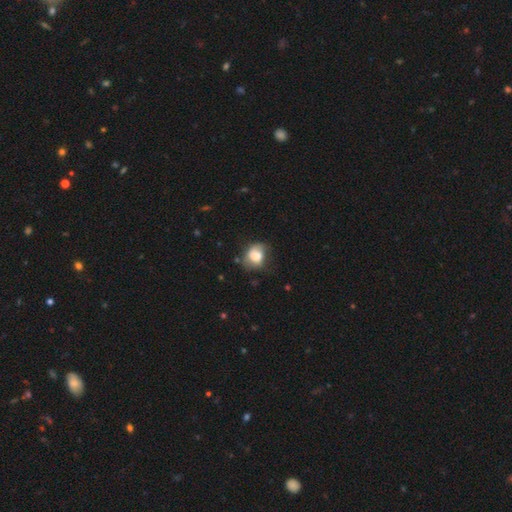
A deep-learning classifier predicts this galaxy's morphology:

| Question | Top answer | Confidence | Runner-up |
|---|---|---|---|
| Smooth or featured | smooth | 69% | featured or disk (22%) |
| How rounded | round | 53% | in between (46%) |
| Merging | none | 41% | minor disturbance (34%) |